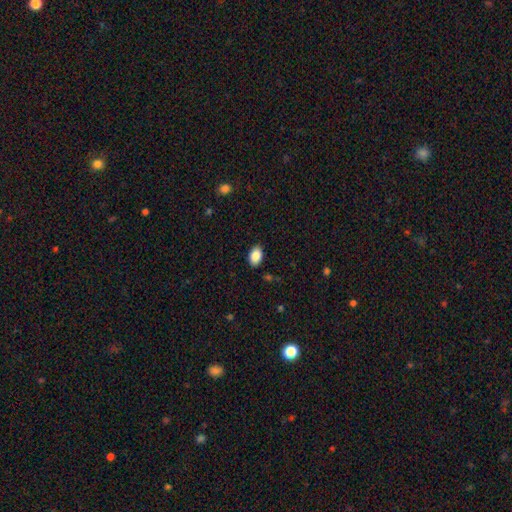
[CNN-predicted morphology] Smooth or featured?
  - smooth: 89% *
  - star or artifact: 8%
  - featured or disk: 4%
How rounded?
  - in between: 87% *
  - round: 12%
  - cigar-shaped: 1%
Merging?
  - none: 87% *
  - minor disturbance: 9%
  - major disturbance: 2%
  - merger: 1%